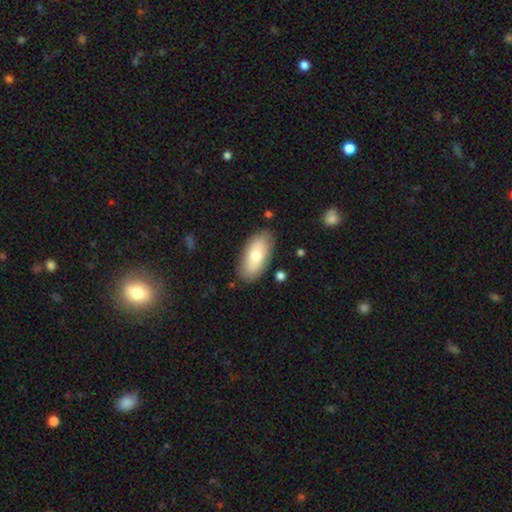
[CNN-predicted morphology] Q: Smooth or featured?
A: smooth (72%); runner-up: featured or disk (22%)
Q: How rounded?
A: in between (91%); runner-up: cigar-shaped (7%)
Q: Merging?
A: none (83%); runner-up: minor disturbance (12%)